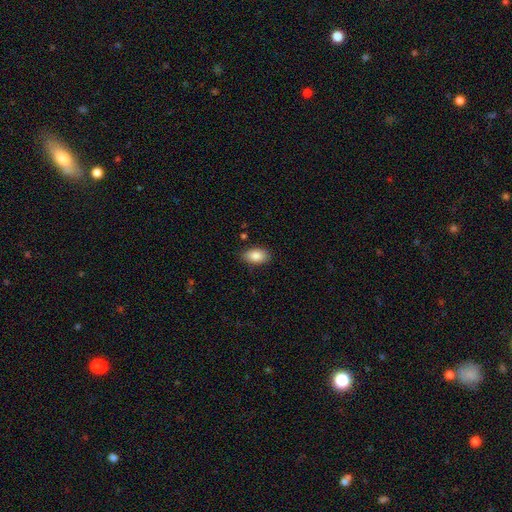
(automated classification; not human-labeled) Smooth or featured? Predicted: smooth (p=0.87). How rounded? Predicted: in between (p=0.92). Merging? Predicted: none (p=0.85).